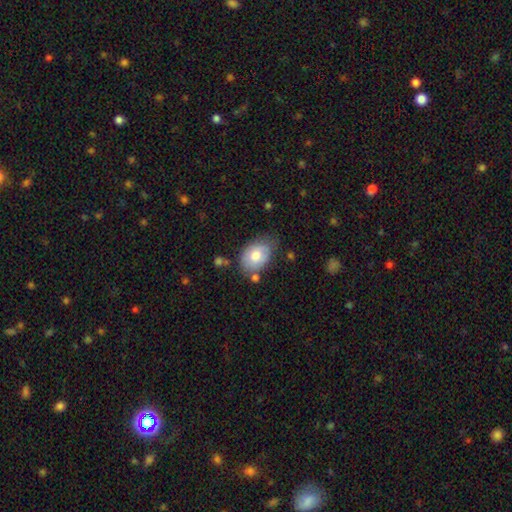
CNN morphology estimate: A smooth galaxy with no disk features (74%) that is in between round and cigar-shaped (84%). Merging: none (60%).